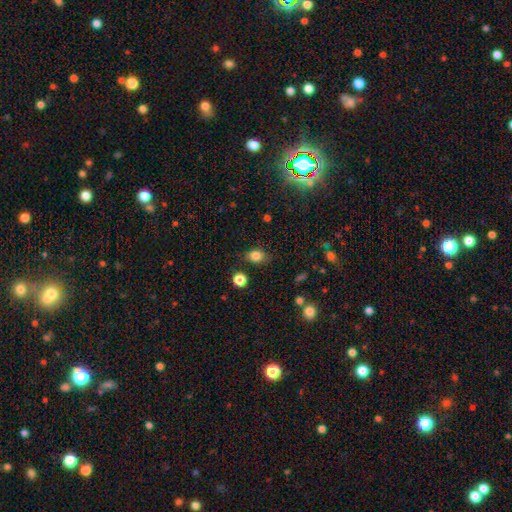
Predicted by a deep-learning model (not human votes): This appears to be a smooth galaxy with no disk features (83%) that is in between round and cigar-shaped (65%). Merging: none (76%).